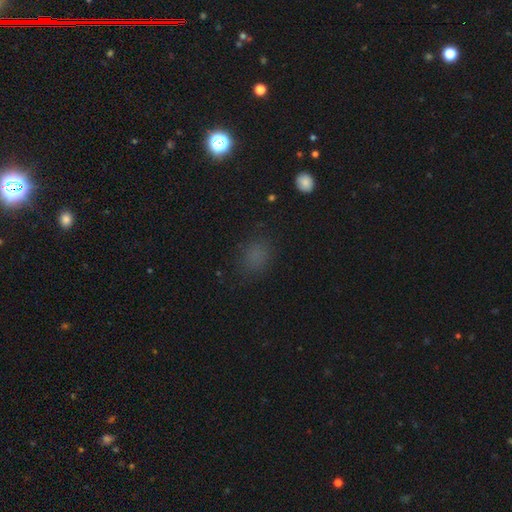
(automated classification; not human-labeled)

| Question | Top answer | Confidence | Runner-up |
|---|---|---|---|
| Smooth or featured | smooth | 70% | star or artifact (23%) |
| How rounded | round | 58% | in between (41%) |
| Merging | none | 78% | minor disturbance (14%) |